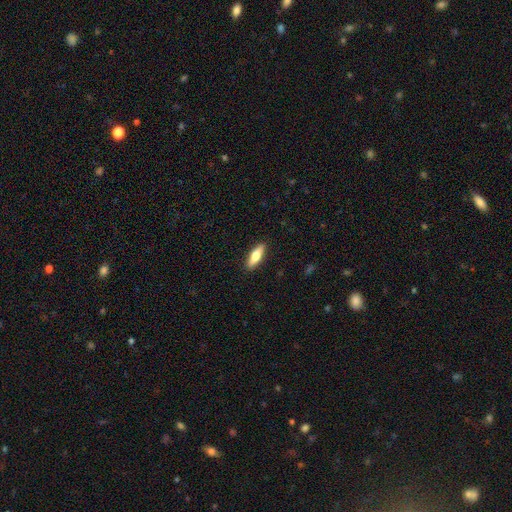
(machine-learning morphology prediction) A smooth galaxy with no disk features (66%) that is cigar-shaped (52%). Merging: none (90%).